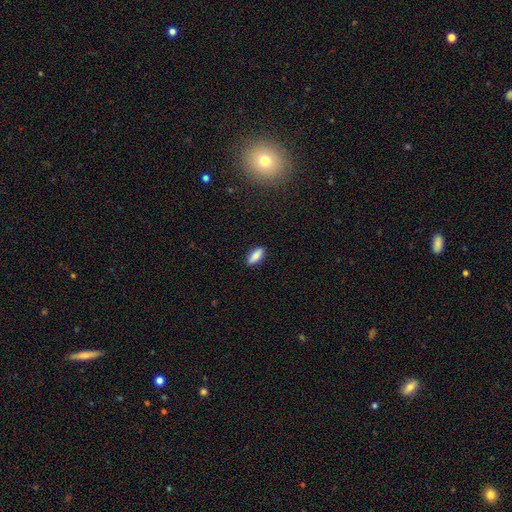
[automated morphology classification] Smooth or featured? smooth (86%)
How rounded? in between (72%)
Merging? none (88%)